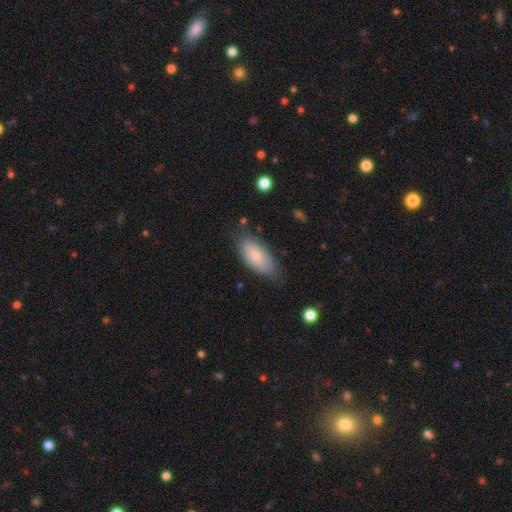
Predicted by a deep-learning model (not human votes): A smooth galaxy with no disk features (72%) that is in between round and cigar-shaped (88%). Merging: none (70%).